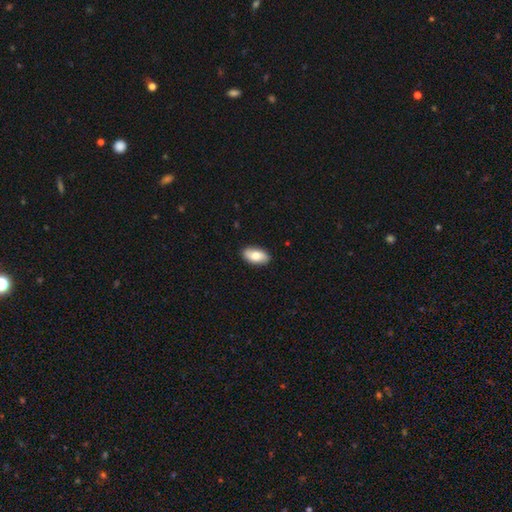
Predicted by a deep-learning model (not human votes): Smooth or featured? smooth (81%)
How rounded? in between (93%)
Merging? none (88%)